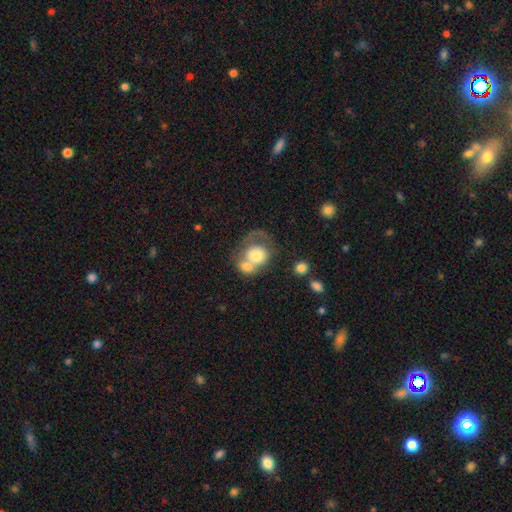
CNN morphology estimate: Overall: smooth (65%; featured or disk 27%). How rounded: round (67%; in between 32%). Merging: merger (60%).